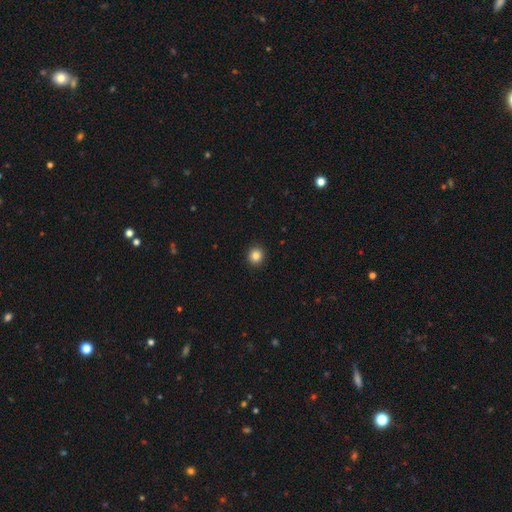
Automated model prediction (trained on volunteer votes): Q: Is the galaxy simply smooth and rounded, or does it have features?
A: smooth — 85%.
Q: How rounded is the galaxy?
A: round — 88%.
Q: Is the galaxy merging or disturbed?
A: none — 93%.